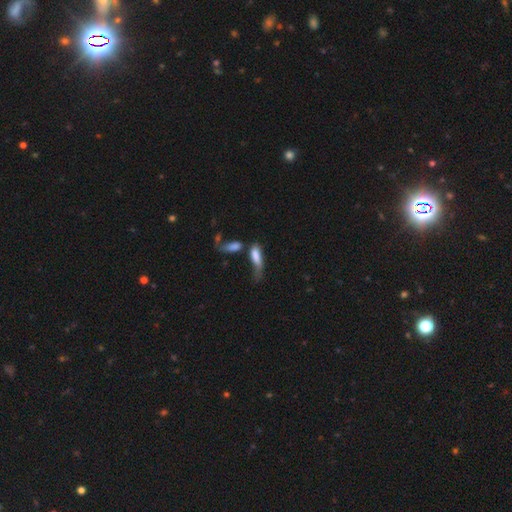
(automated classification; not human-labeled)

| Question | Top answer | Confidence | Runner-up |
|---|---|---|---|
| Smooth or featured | smooth | 74% | featured or disk (17%) |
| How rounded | in between | 61% | cigar-shaped (36%) |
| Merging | major disturbance | 32% | merger (28%) |